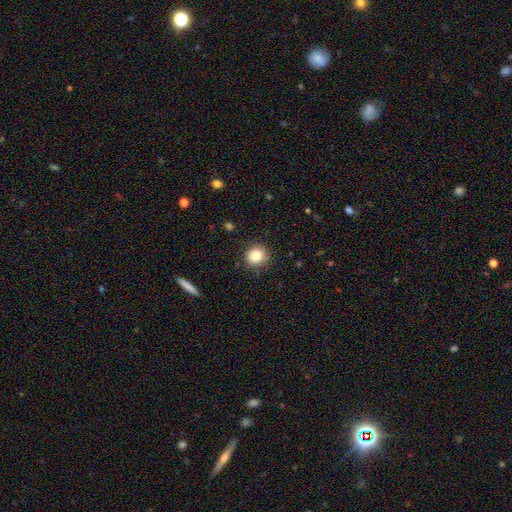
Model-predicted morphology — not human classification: type=smooth (85%); roundness=round (86%); merging=none (85%).